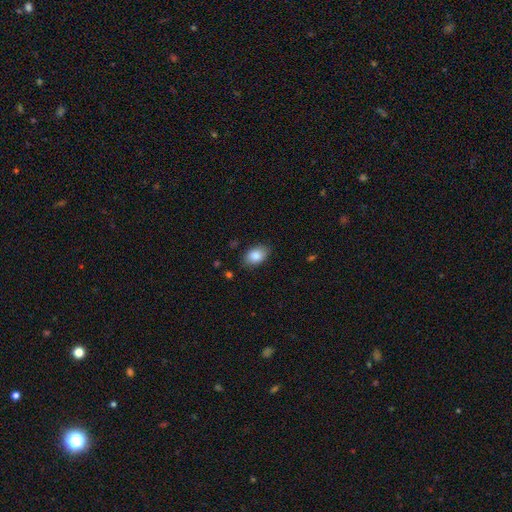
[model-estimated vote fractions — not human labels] Morphology: type=smooth (86%); roundness=in between (89%); merging=none (84%).